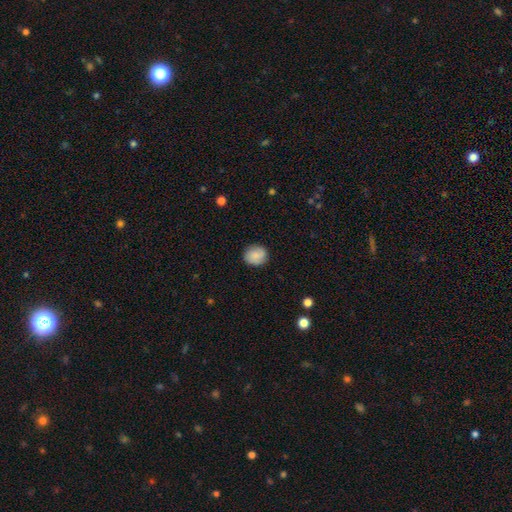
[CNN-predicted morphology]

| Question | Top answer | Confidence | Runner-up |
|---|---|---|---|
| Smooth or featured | smooth | 83% | featured or disk (9%) |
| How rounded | round | 77% | in between (22%) |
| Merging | none | 86% | minor disturbance (10%) |